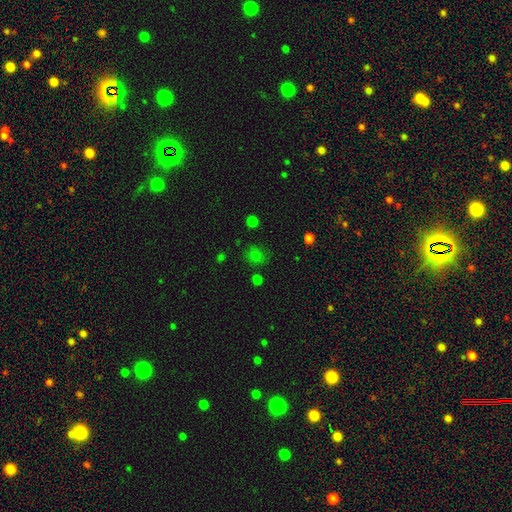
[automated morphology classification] Overall: smooth (72%). How rounded: round (74%). Merging: none (77%).